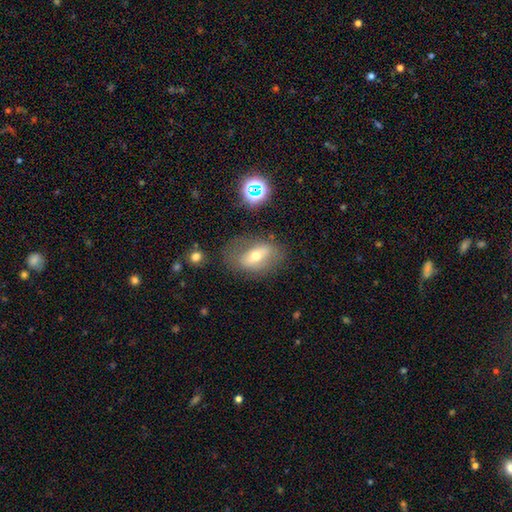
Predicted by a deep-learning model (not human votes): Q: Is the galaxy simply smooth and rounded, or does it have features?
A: featured or disk — 46%.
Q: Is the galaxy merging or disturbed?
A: none — 67%.